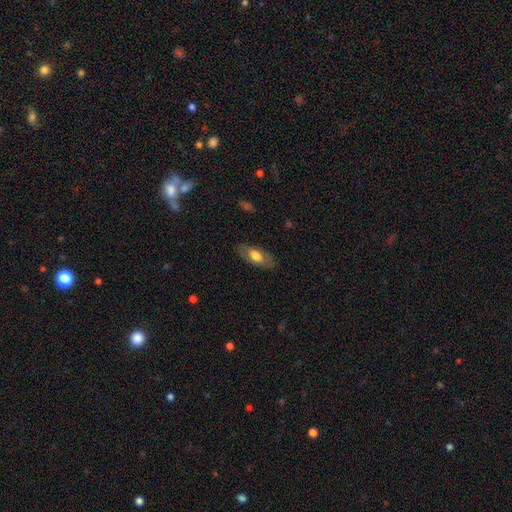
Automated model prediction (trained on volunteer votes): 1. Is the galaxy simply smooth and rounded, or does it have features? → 61% smooth, 33% featured or disk, 6% star or artifact.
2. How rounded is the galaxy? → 85% in between, 11% cigar-shaped, 4% round.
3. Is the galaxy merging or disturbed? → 81% none, 14% minor disturbance, 4% major disturbance, 1% merger.